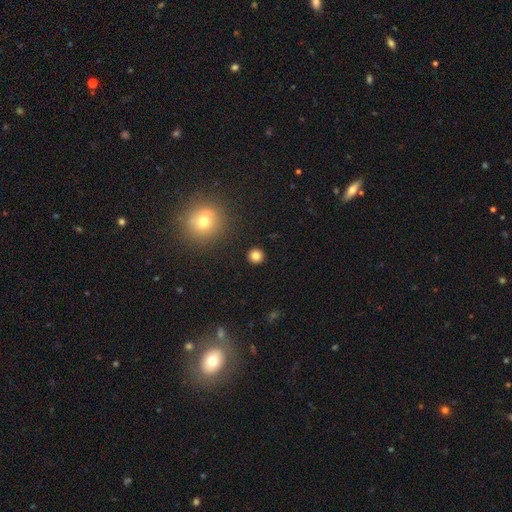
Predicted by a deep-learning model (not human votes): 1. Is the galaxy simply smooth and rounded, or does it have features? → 82% smooth, 13% star or artifact, 5% featured or disk.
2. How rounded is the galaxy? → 93% round, 6% in between, 1% cigar-shaped.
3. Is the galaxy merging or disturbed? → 92% none, 5% minor disturbance, 2% major disturbance, 1% merger.